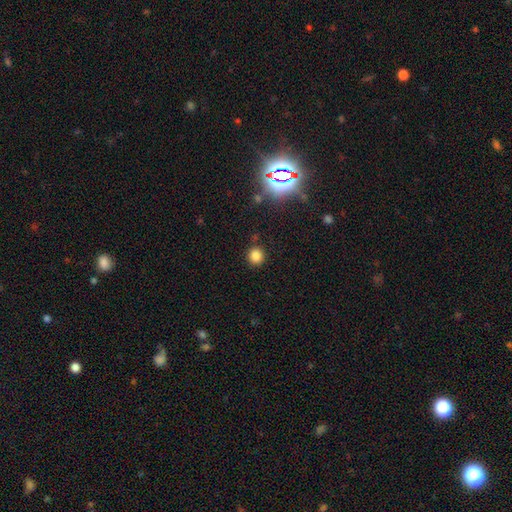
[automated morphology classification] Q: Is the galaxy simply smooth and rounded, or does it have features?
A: smooth — 80%.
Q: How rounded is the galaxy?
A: round — 89%.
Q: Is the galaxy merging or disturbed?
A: none — 87%.